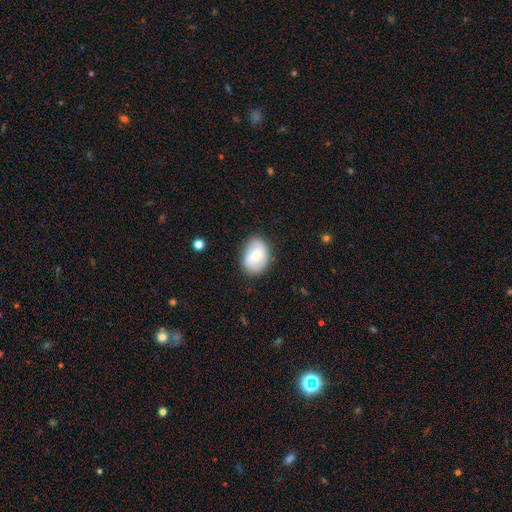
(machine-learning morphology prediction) Smooth or featured? smooth (61%)
How rounded? in between (71%)
Merging? none (77%)